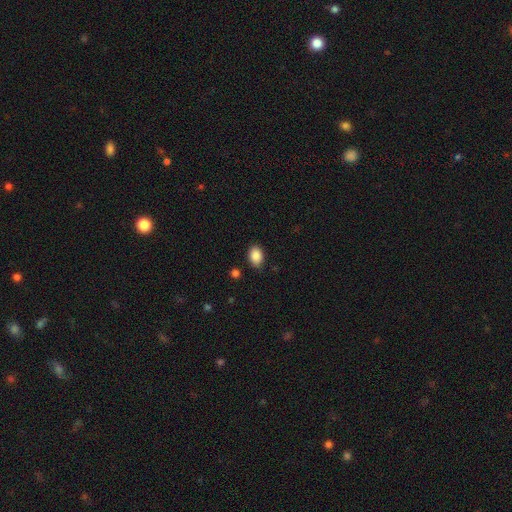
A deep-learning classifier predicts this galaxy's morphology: Smooth or featured? Predicted: smooth (p=0.88). How rounded? Predicted: in between (p=0.81). Merging? Predicted: none (p=0.84).